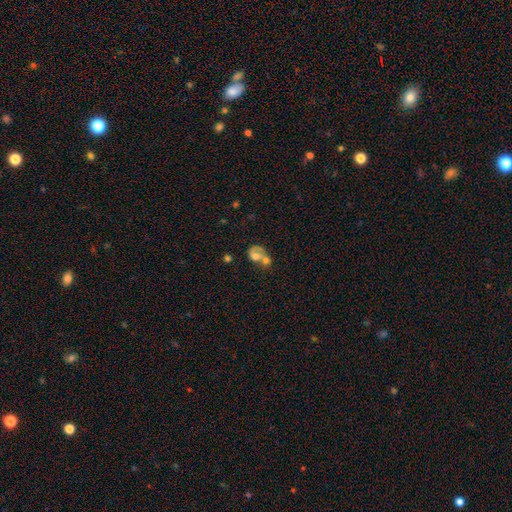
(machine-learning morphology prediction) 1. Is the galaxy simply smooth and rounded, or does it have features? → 52% smooth, 39% featured or disk, 10% star or artifact.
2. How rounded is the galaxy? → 52% in between, 46% round, 1% cigar-shaped.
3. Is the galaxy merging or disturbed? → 65% merger, 15% none, 11% major disturbance, 9% minor disturbance.